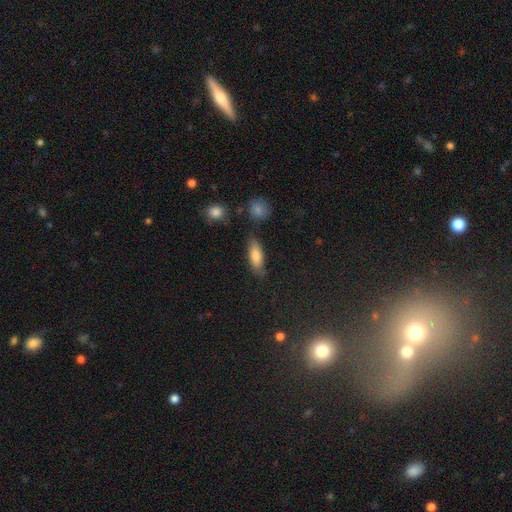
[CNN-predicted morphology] smooth_or_featured: smooth (p=0.79) [alt: featured or disk p=0.13]
how_rounded: in between (p=0.73) [alt: cigar-shaped p=0.24]
merging: none (p=0.76) [alt: minor disturbance p=0.16]